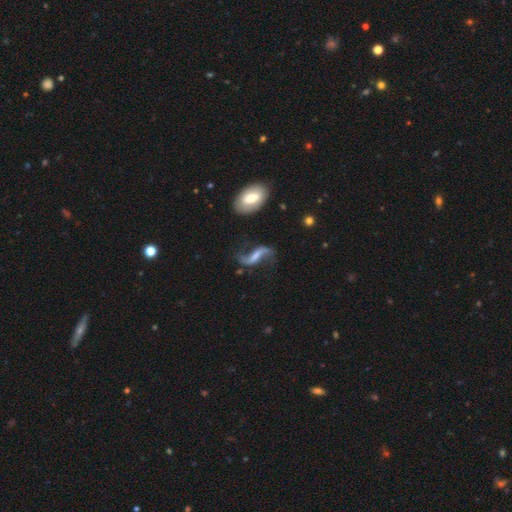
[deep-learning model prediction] Morphology: type=featured or disk (84%); edge-on=no (94%); bar=weak (38%); spiral arms=yes (93%); winding=loose (92%); arm count=2 (92%); bulge=small (38%); merging=none (64%).